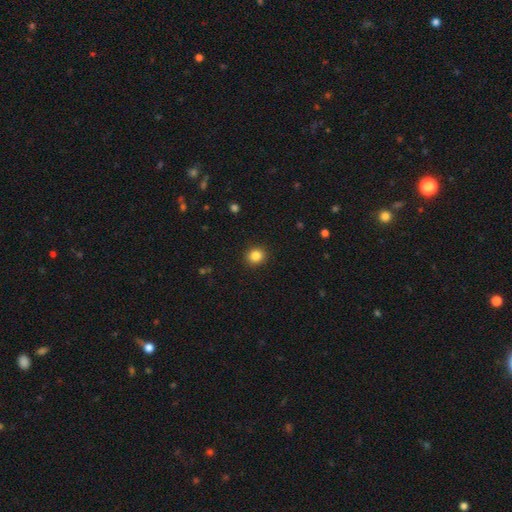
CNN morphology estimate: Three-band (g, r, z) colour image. It shows a smooth galaxy with no disk features (86%) that is round (84%). Merging: none (91%).